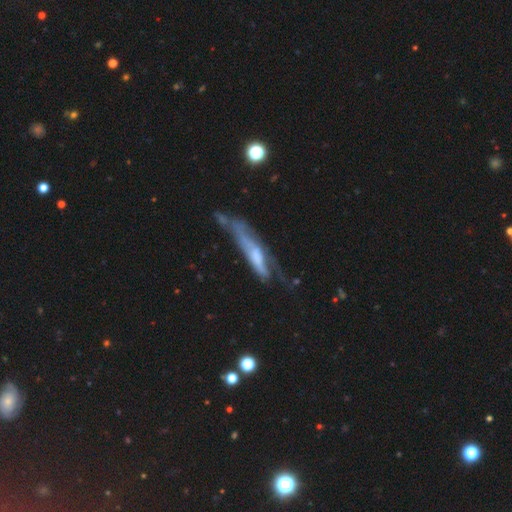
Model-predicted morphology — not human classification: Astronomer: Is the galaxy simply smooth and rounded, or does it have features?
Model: featured or disk — 56% (runner-up: smooth, 35%).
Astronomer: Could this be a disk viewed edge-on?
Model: yes — 58% (runner-up: no, 42%).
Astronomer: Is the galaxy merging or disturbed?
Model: major disturbance — 35% (runner-up: none, 29%).